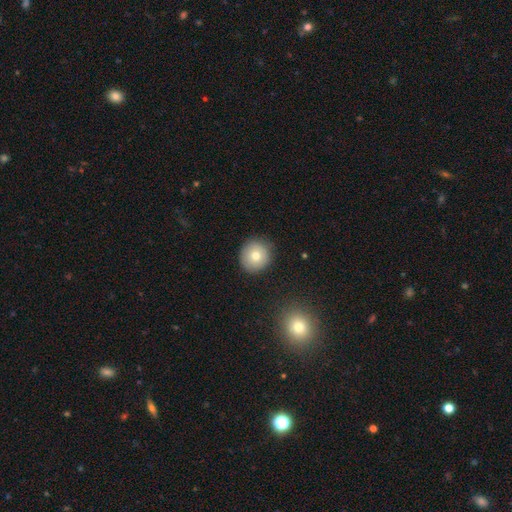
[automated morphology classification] Q: Smooth or featured?
A: smooth (73%); runner-up: featured or disk (17%)
Q: How rounded?
A: round (92%); runner-up: in between (7%)
Q: Merging?
A: none (87%); runner-up: minor disturbance (9%)